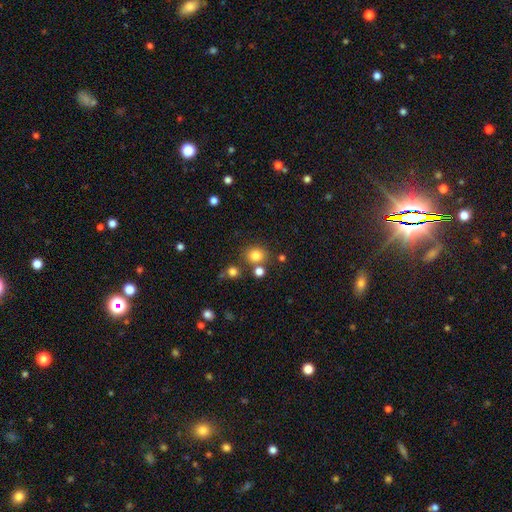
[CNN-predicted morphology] Smooth or featured?
  - smooth: 80% *
  - star or artifact: 14%
  - featured or disk: 6%
How rounded?
  - round: 80% *
  - in between: 19%
  - cigar-shaped: 1%
Merging?
  - none: 74% *
  - merger: 13%
  - minor disturbance: 9%
  - major disturbance: 4%